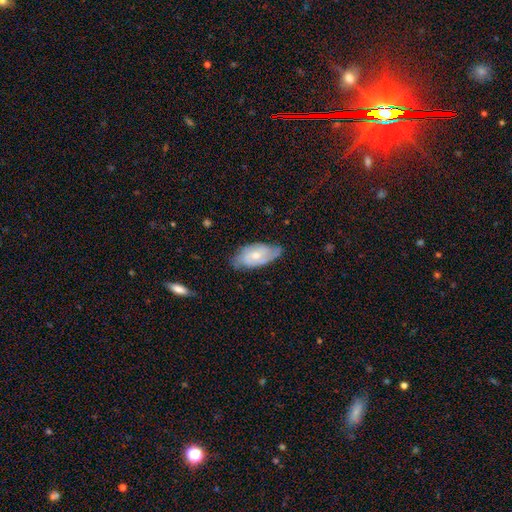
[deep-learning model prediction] This is possibly a featured or disk galaxy (54%). It is clearly not viewed edge-on (91%). Merging: likely none (66%).